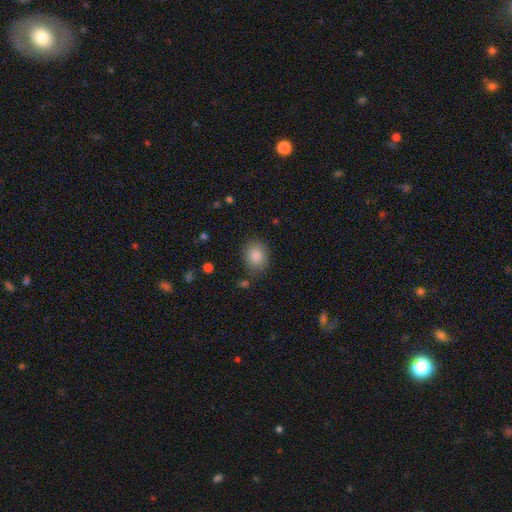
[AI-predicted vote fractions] Smooth or featured? Predicted: smooth (p=0.87). How rounded? Predicted: in between (p=0.53). Merging? Predicted: none (p=0.80).